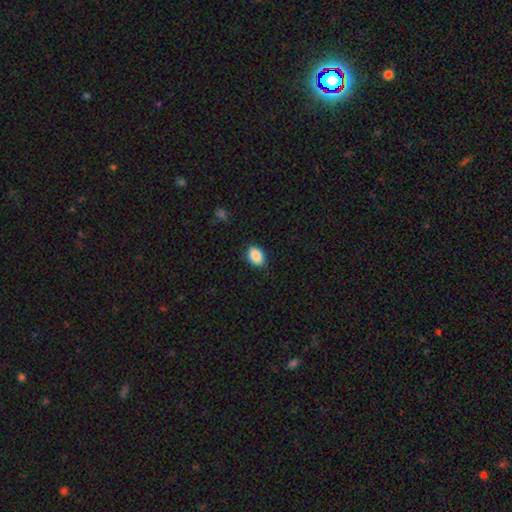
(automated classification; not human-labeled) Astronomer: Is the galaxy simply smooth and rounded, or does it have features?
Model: smooth — 89%.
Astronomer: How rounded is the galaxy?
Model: in between — 86%.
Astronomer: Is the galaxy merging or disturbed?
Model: none — 83%.